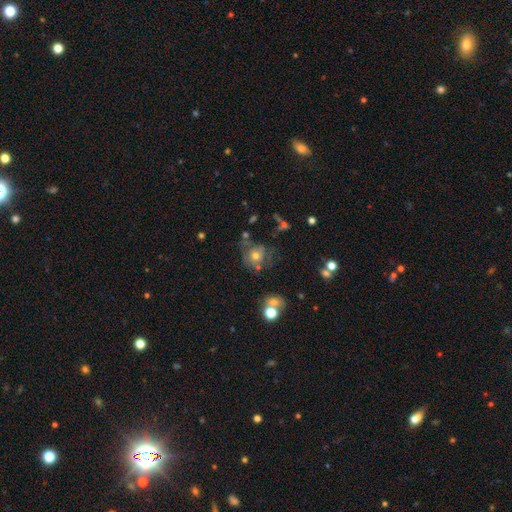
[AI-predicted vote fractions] Smooth or featured? Predicted: smooth (p=0.46). Merging? Predicted: none (p=0.50).